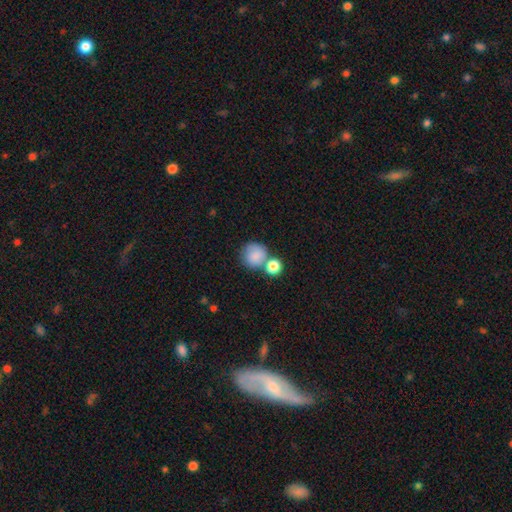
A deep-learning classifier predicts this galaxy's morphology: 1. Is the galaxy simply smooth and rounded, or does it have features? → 83% smooth, 9% star or artifact, 8% featured or disk.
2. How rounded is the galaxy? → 88% round, 11% in between, 1% cigar-shaped.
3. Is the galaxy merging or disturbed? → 54% none, 29% merger, 12% minor disturbance, 5% major disturbance.